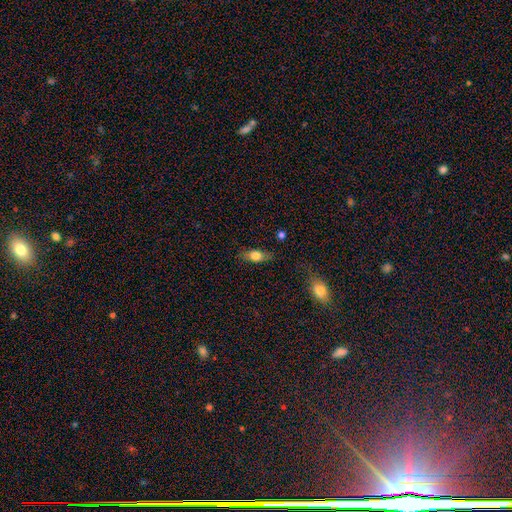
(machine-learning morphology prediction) type=smooth (72%); roundness=in between (77%); merging=none (78%).